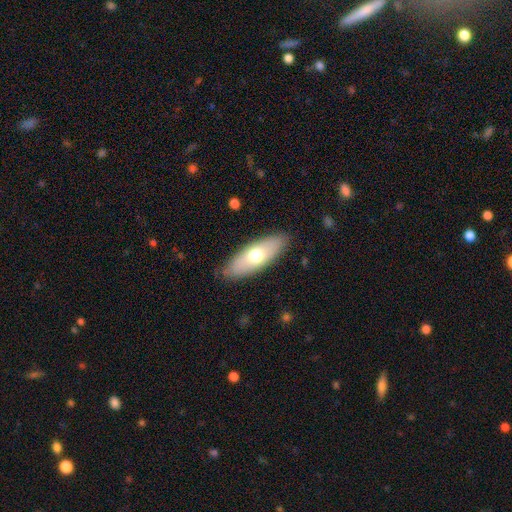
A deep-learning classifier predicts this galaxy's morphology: A smooth galaxy with no disk features (63%) that is in between round and cigar-shaped (68%). Merging: none (85%).